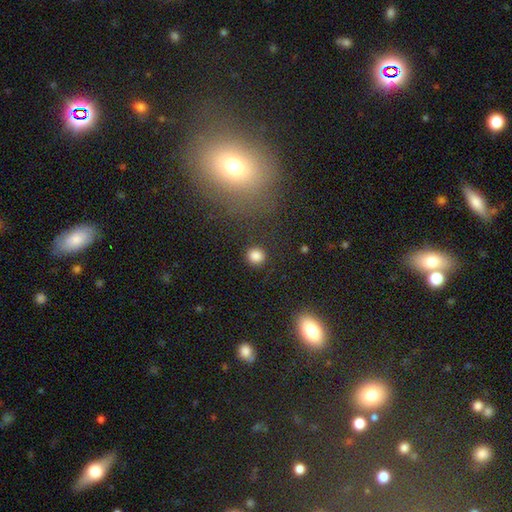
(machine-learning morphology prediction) A smooth galaxy with no disk features (85%) that is round (91%). Merging: none (89%).